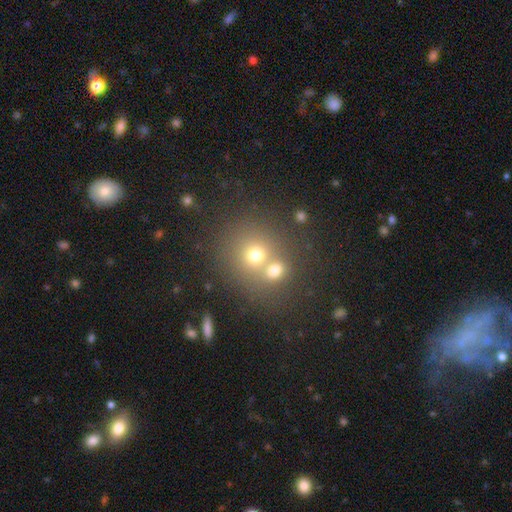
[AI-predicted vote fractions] Smooth or featured: smooth — 66% (star or artifact — 17%)
How rounded: round — 84% (in between — 15%)
Merging: merger — 51% (none — 40%)